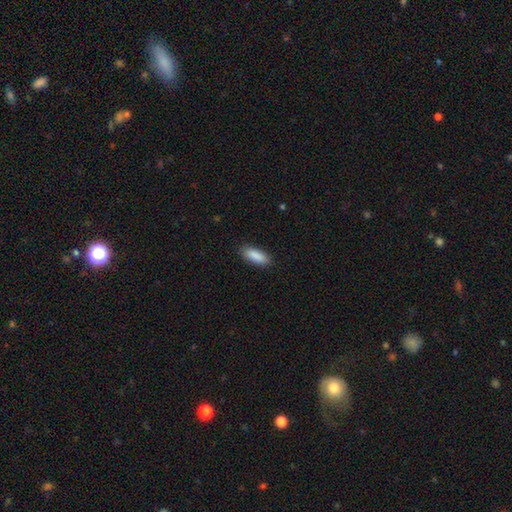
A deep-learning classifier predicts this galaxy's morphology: type=smooth (90%); roundness=in between (73%); merging=none (88%).